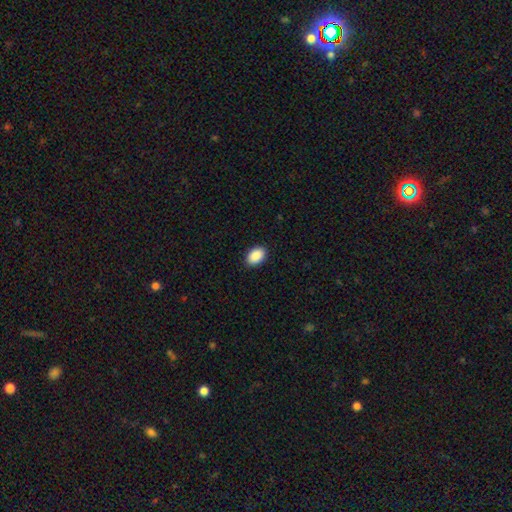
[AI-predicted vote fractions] A smooth galaxy with no disk features (91%) that is in between round and cigar-shaped (87%).

Vote fractions:
- Smooth or featured? smooth: 91% / star or artifact: 7% / featured or disk: 3%
- How rounded? in between: 87% / round: 12% / cigar-shaped: 1%
- Merging? none: 90% / minor disturbance: 7% / major disturbance: 2% / merger: 1%